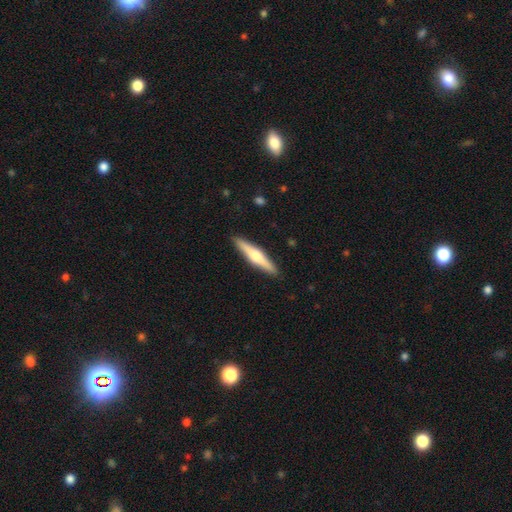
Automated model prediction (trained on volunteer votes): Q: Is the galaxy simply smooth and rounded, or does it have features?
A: featured or disk — 59%.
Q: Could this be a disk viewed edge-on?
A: yes — 97%.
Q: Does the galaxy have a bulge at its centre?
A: rounded — 91%.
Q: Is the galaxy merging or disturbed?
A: none — 91%.